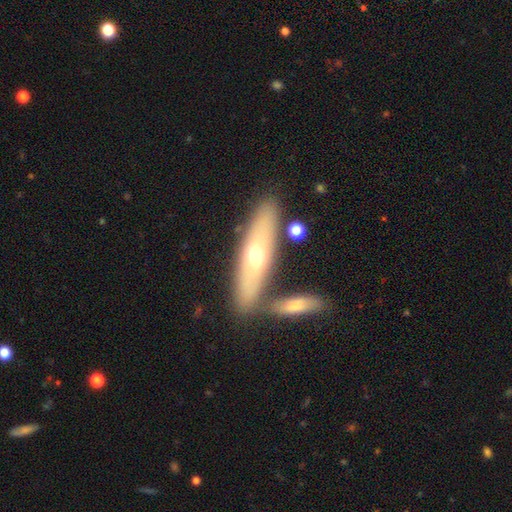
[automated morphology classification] Smooth or featured? smooth (49%)
Merging? none (69%)